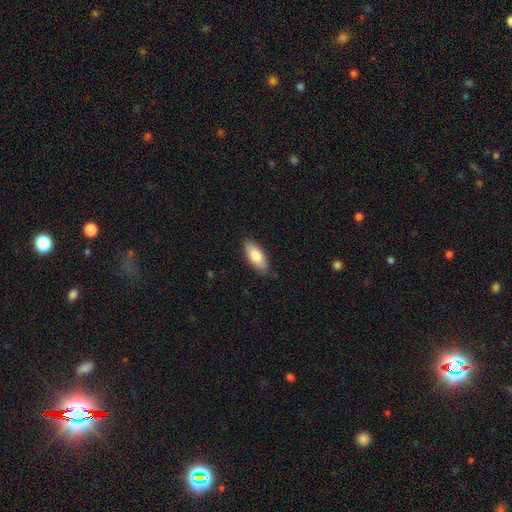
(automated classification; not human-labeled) Morphology: type=smooth (80%); roundness=in between (85%); merging=none (84%).